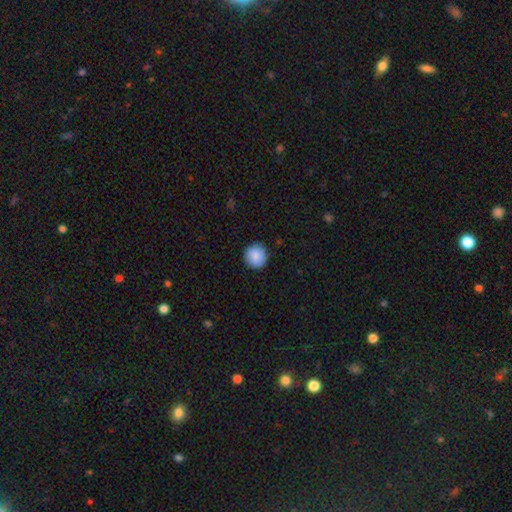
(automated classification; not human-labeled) Smooth or featured? Predicted: smooth (p=0.89). How rounded? Predicted: round (p=0.93). Merging? Predicted: none (p=0.89).